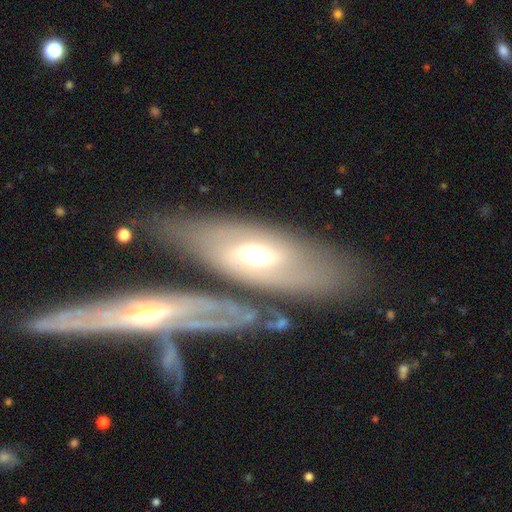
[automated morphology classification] Q: Smooth or featured?
A: featured or disk (59%); runner-up: smooth (35%)
Q: Edge-on disk?
A: no (78%); runner-up: yes (22%)
Q: Merging?
A: none (59%); runner-up: merger (19%)